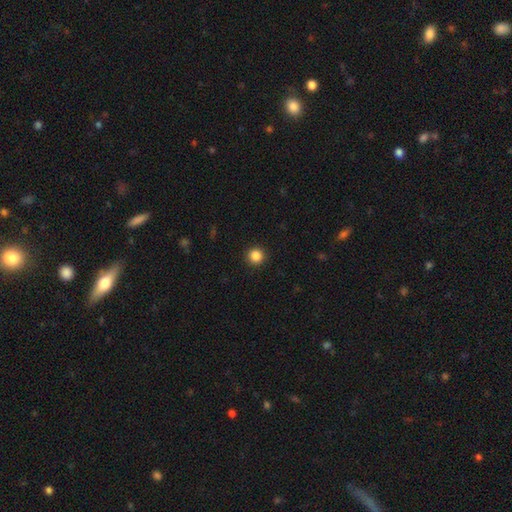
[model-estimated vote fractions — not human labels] Smooth or featured: smooth — 86% (star or artifact — 11%)
How rounded: round — 95% (in between — 4%)
Merging: none — 93% (minor disturbance — 4%)